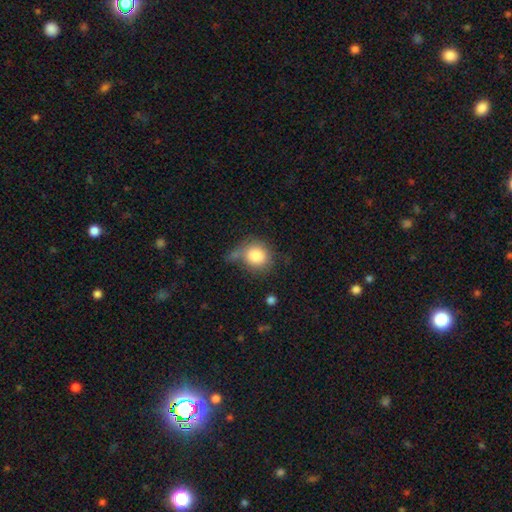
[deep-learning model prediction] Overall: smooth (82%). How rounded: round (81%). Merging: none (45%; minor disturbance 26%).